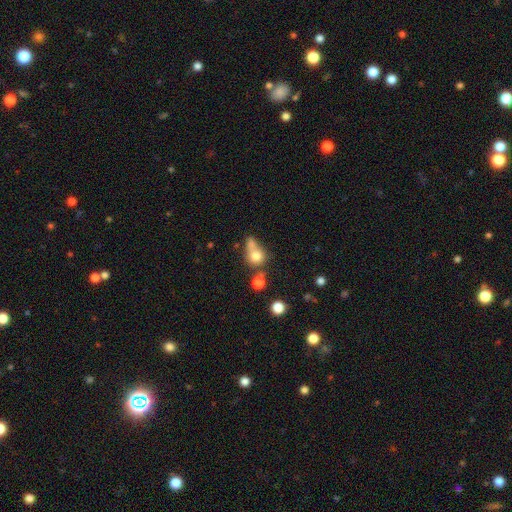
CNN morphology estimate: Smooth or featured?
  - smooth: 73% *
  - featured or disk: 15%
  - star or artifact: 12%
How rounded?
  - round: 70% *
  - in between: 28%
  - cigar-shaped: 2%
Merging?
  - merger: 45% *
  - none: 30%
  - minor disturbance: 14%
  - major disturbance: 12%